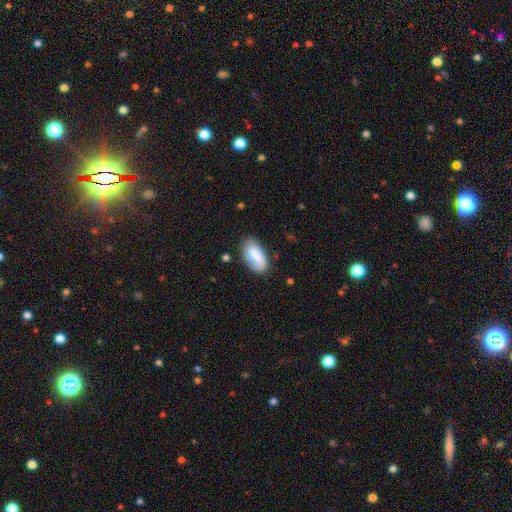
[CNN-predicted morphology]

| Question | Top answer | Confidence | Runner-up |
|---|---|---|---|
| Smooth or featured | smooth | 77% | featured or disk (17%) |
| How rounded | in between | 93% | cigar-shaped (4%) |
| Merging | none | 72% | minor disturbance (20%) |